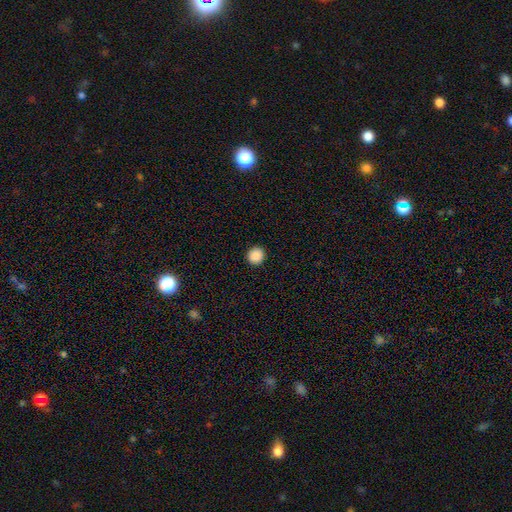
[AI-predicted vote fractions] The model was most divided on "smooth or featured": smooth: 89%, star or artifact: 9%, featured or disk: 2%. More confident: merging — none (93%); how rounded — round (92%).